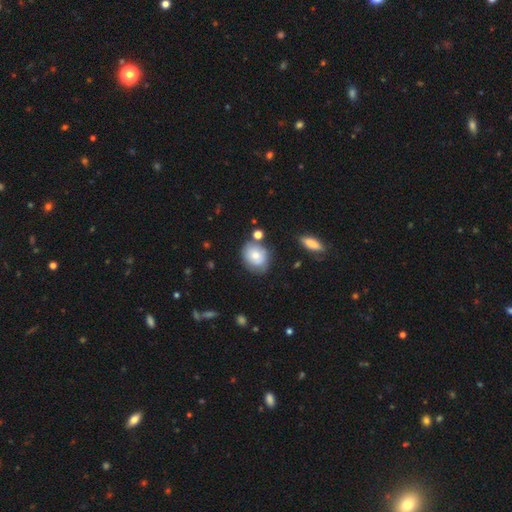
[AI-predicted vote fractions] This is likely a smooth galaxy (70%). How rounded: possibly round (50%). Merging: likely none (61%).